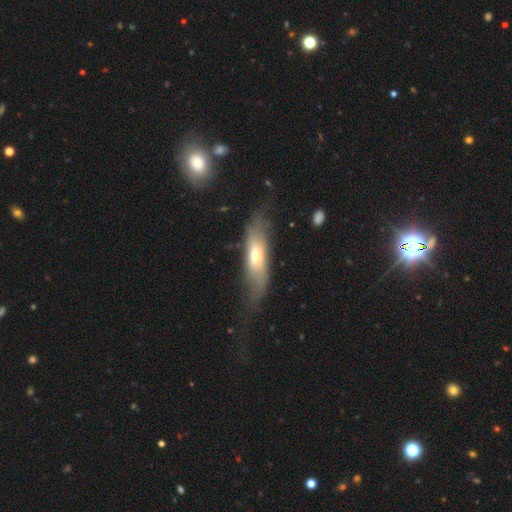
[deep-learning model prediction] Smooth or featured?
  - smooth: 51% *
  - featured or disk: 42%
  - star or artifact: 7%
How rounded?
  - cigar-shaped: 51% *
  - in between: 46%
  - round: 3%
Merging?
  - none: 51% *
  - minor disturbance: 27%
  - major disturbance: 19%
  - merger: 3%